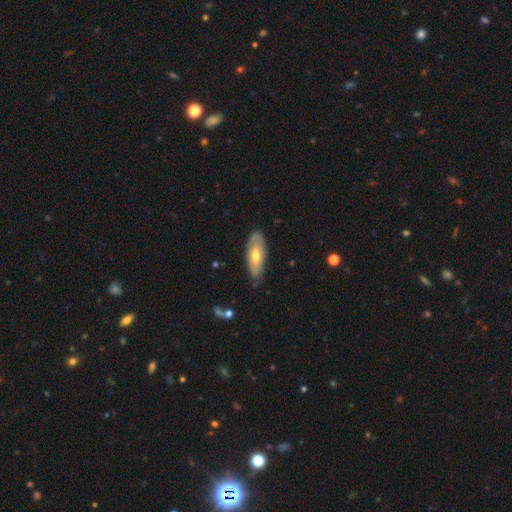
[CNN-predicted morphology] Overall: smooth (54%; featured or disk 40%). How rounded: in between (69%; cigar-shaped 29%). Merging: none (80%).